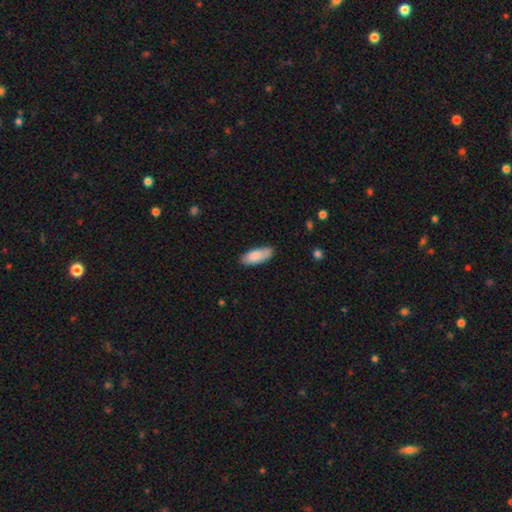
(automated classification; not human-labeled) The model was most divided on "merging": none: 78%, minor disturbance: 18%, major disturbance: 3%, merger: 2%. More confident: smooth or featured — smooth (85%); how rounded — in between (80%).